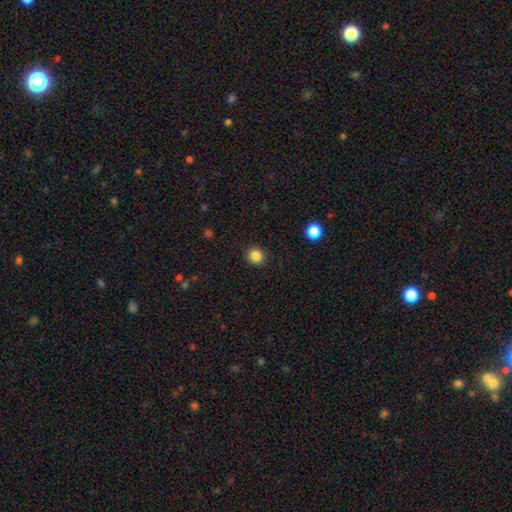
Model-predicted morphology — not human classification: Smooth or featured: smooth — 85% (star or artifact — 11%)
How rounded: round — 91% (in between — 9%)
Merging: none — 92% (minor disturbance — 5%)